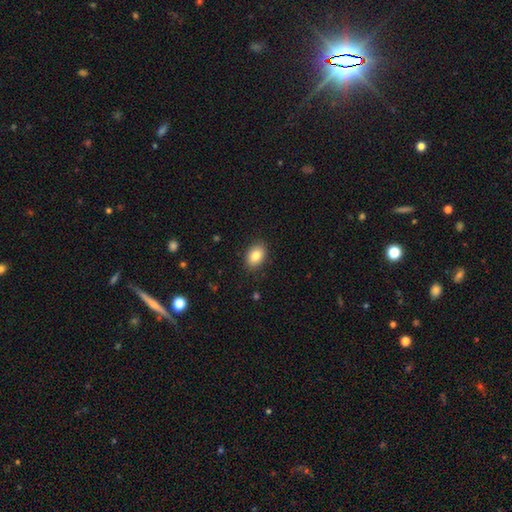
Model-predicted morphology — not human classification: Smooth or featured? Predicted: smooth (p=0.84). How rounded? Predicted: in between (p=0.81). Merging? Predicted: none (p=0.88).